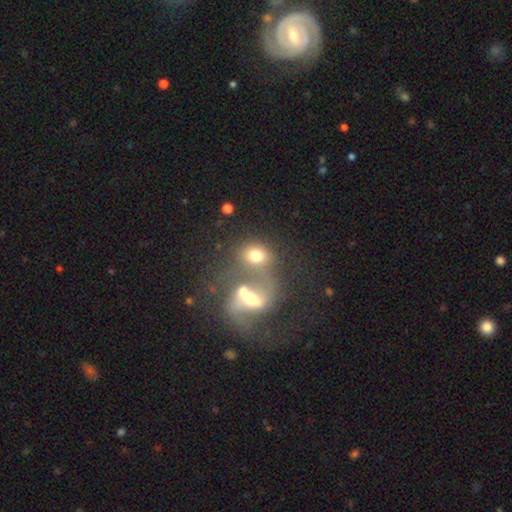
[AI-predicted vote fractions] Overall: smooth (64%). How rounded: round (54%; in between 44%). Merging: merger (51%; none 29%).